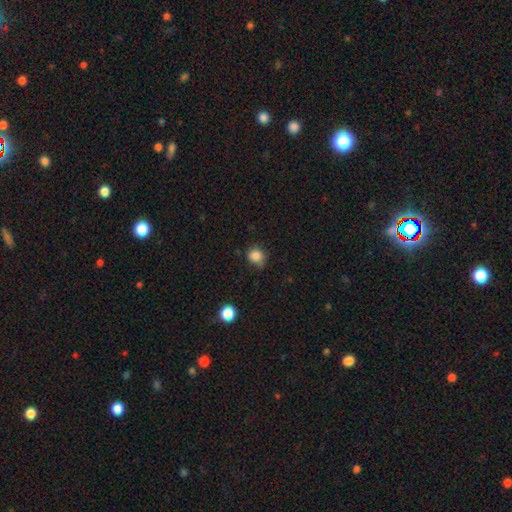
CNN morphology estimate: Smooth or featured: smooth — 84% (star or artifact — 12%)
How rounded: round — 83% (in between — 16%)
Merging: none — 66% (minor disturbance — 27%)